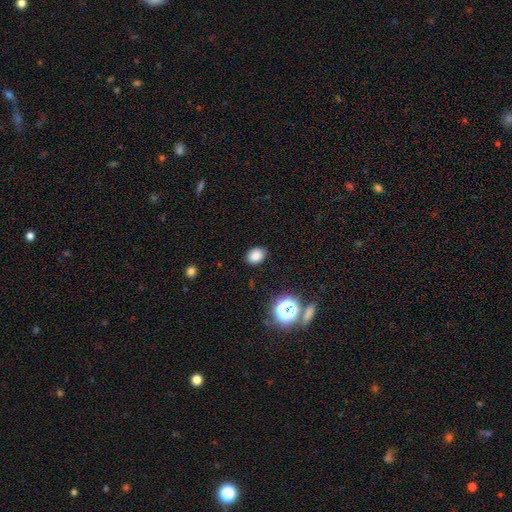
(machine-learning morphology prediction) smooth_or_featured: smooth (p=0.82) [alt: star or artifact p=0.13]
how_rounded: in between (p=0.65) [alt: round p=0.34]
merging: none (p=0.87) [alt: minor disturbance p=0.09]